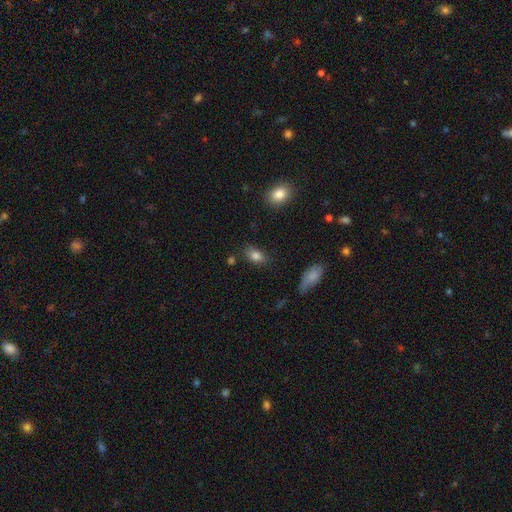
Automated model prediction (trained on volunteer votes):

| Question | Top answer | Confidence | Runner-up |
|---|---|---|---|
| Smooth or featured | smooth | 83% | star or artifact (9%) |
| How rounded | in between | 84% | round (13%) |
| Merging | none | 78% | minor disturbance (15%) |